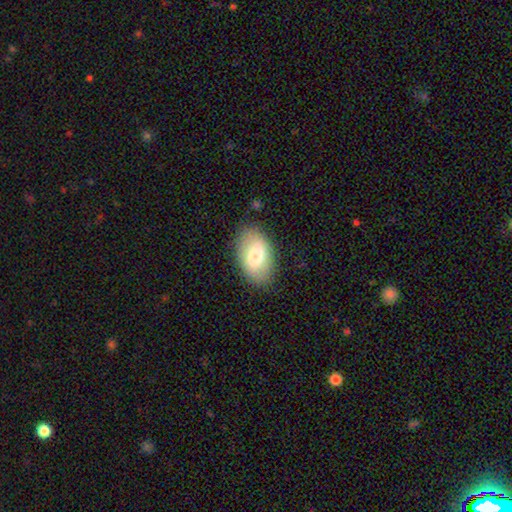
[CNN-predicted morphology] Smooth or featured? smooth (73%)
How rounded? in between (92%)
Merging? none (81%)